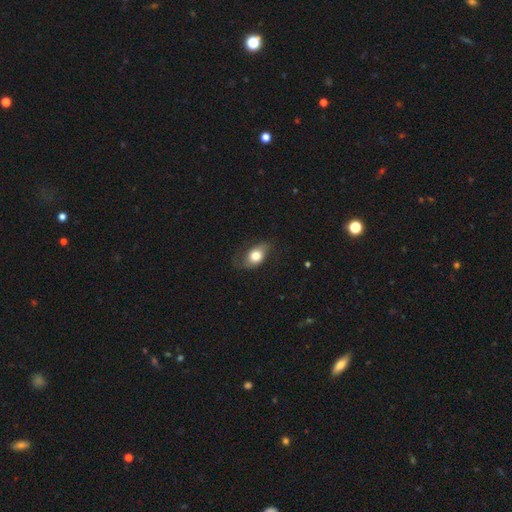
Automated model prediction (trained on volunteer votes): Smooth or featured?
  - smooth: 68% *
  - featured or disk: 25%
  - star or artifact: 8%
How rounded?
  - in between: 79% *
  - round: 19%
  - cigar-shaped: 3%
Merging?
  - none: 63% *
  - minor disturbance: 24%
  - major disturbance: 11%
  - merger: 1%